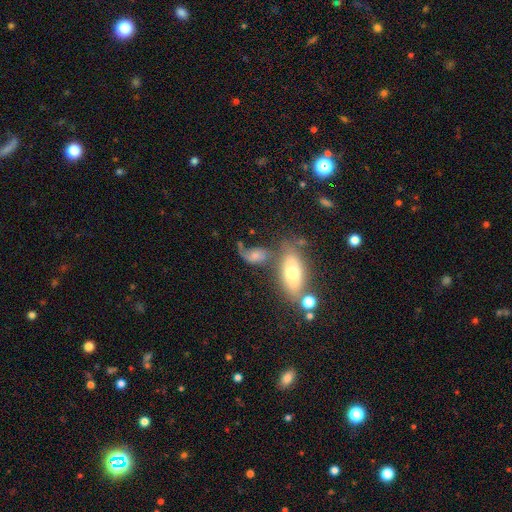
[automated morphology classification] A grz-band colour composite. It shows a smooth galaxy with no disk features (53%) that is in between round and cigar-shaped (83%). Merging: none (31%).